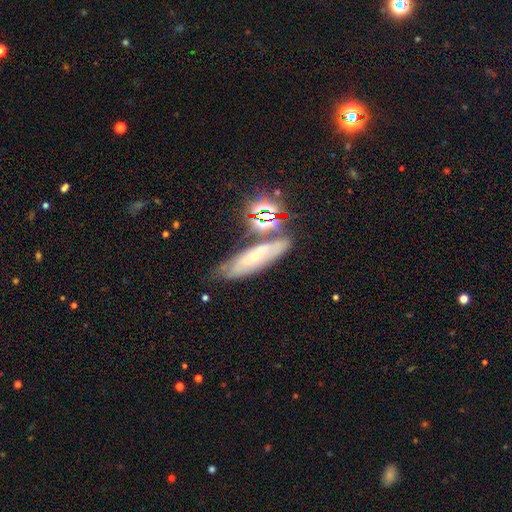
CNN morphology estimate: smooth-or-featured: featured or disk: 46% | smooth: 32% | star or artifact: 22%
  merging: none: 62% | minor disturbance: 22% | merger: 9% | major disturbance: 7%